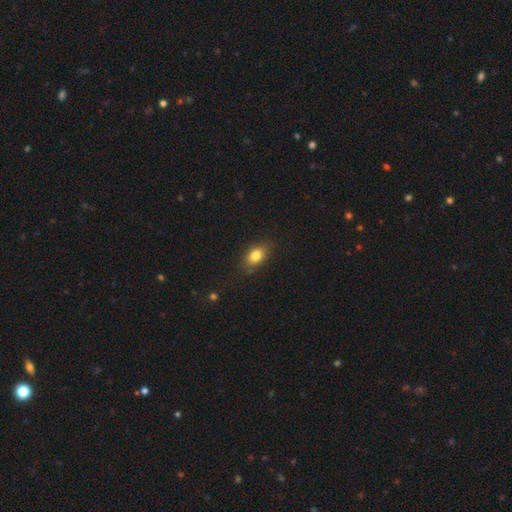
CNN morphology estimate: This appears to be a smooth galaxy with no disk features (81%) that is in between round and cigar-shaped (78%). Merging: none (82%).